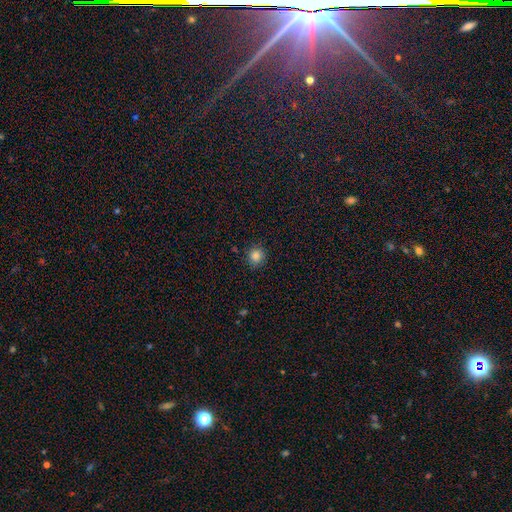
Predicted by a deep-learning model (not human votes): Q: Smooth or featured?
A: smooth (85%); runner-up: star or artifact (11%)
Q: How rounded?
A: round (89%); runner-up: in between (10%)
Q: Merging?
A: none (89%); runner-up: minor disturbance (8%)